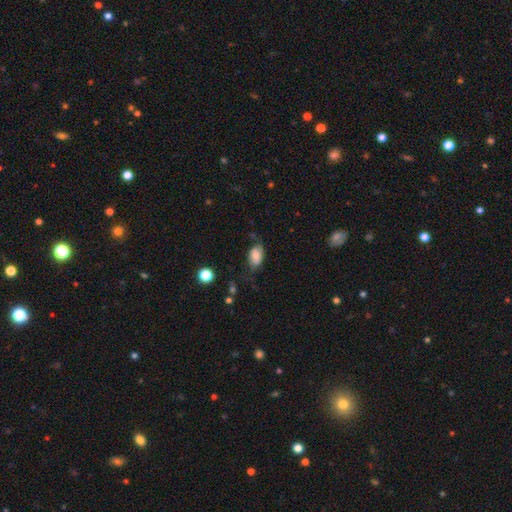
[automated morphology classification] A smooth galaxy with no disk features (67%) that is in between round and cigar-shaped (90%).

Vote fractions:
- Smooth or featured? smooth: 67% / featured or disk: 25% / star or artifact: 8%
- How rounded? in between: 90% / round: 8% / cigar-shaped: 2%
- Merging? none: 56% / minor disturbance: 29% / major disturbance: 12% / merger: 2%